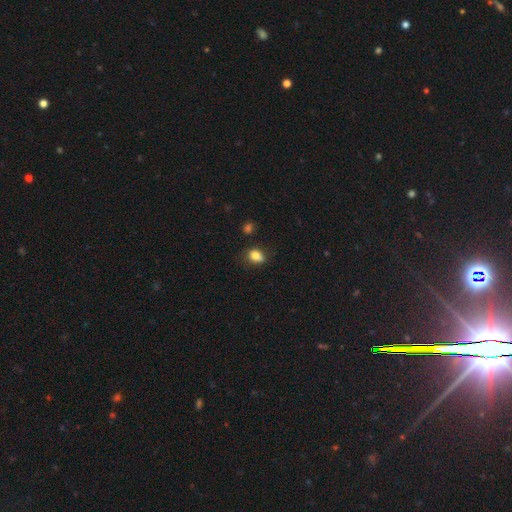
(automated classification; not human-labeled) smooth 83%, star or artifact 10%, featured or disk 7%. Down the decision tree: how rounded — in between (69%); merging — none (65%).